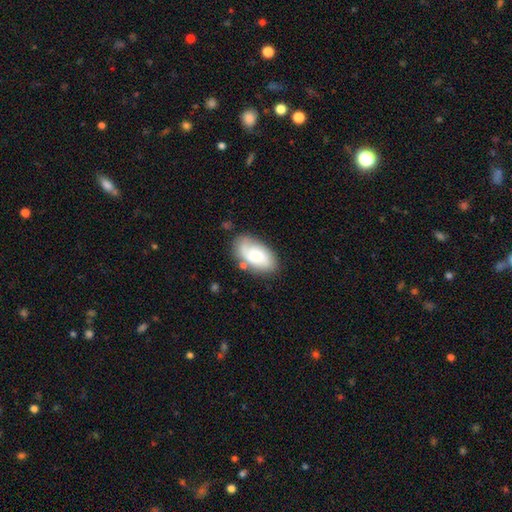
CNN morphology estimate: This is possibly a smooth galaxy (53%). How rounded: clearly in between (93%). Merging: likely none (68%).